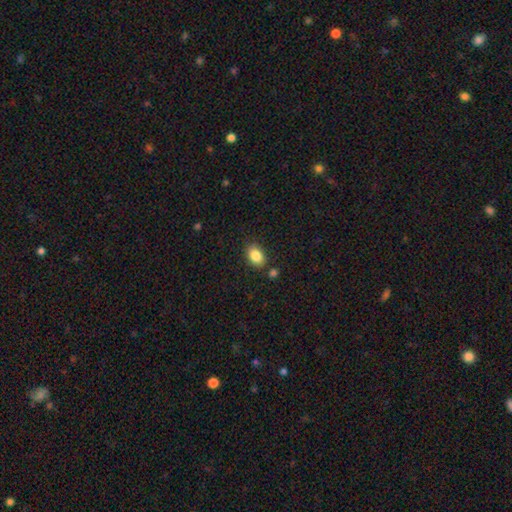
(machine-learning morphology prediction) type=smooth (86%); roundness=in between (81%); merging=none (81%).